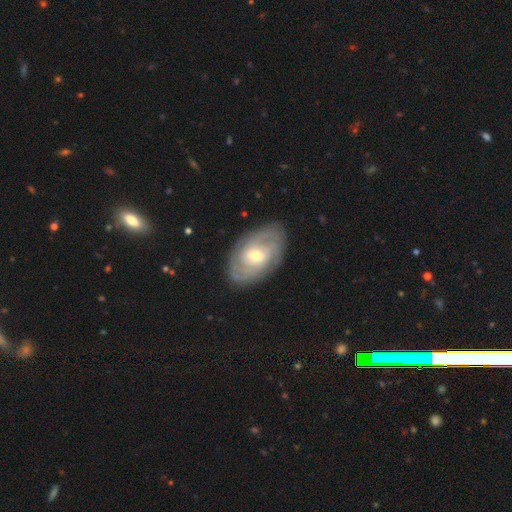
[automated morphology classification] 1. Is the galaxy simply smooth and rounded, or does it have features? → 78% featured or disk, 17% smooth, 5% star or artifact.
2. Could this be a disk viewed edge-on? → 95% no, 5% yes.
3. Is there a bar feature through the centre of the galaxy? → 44% no (tied), 44% weak (tied), 12% strong.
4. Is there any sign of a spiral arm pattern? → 89% yes, 11% no.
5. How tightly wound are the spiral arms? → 61% tight, 30% medium, 9% loose.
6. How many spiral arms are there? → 37% 2, 33% can't tell, 16% 3, 6% 4, 4% 1, 4% more than 4.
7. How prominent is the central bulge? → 58% moderate, 37% small, 3% large, 1% none, 1% dominant.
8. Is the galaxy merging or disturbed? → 83% none, 12% minor disturbance, 3% major disturbance, 1% merger.